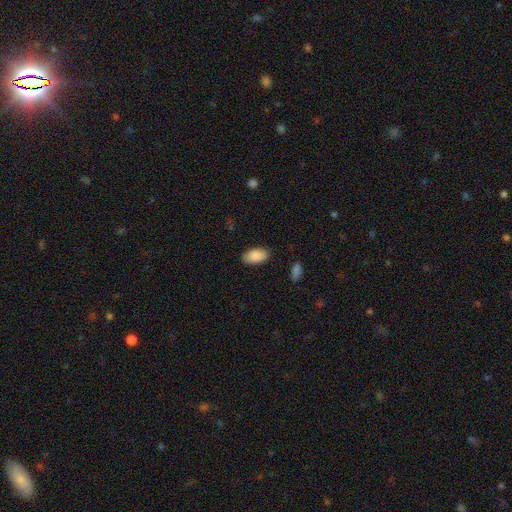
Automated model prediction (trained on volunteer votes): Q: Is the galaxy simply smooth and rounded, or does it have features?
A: smooth — 89%.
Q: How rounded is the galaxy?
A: in between — 95%.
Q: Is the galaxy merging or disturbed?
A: none — 86%.